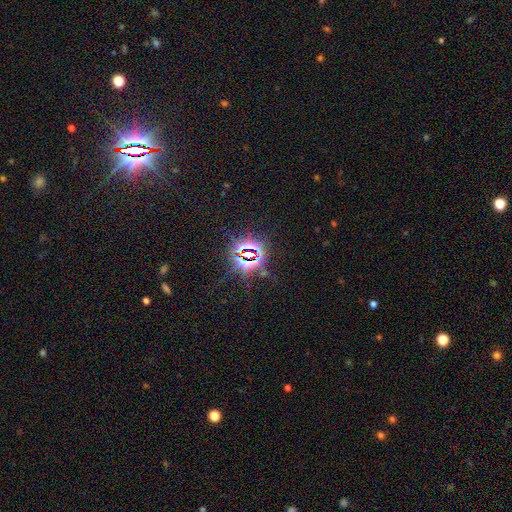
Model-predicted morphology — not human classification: smooth_or_featured: star or artifact (p=0.84) [alt: smooth p=0.09]